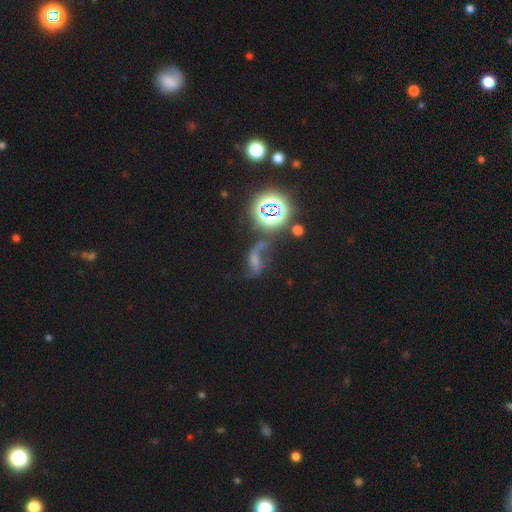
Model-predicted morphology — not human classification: A featured or disk galaxy (50%).

Vote fractions:
- Smooth or featured? featured or disk: 50% / star or artifact: 31% / smooth: 19%
- Edge-on disk? no: 93% / yes: 7%
- Merging? none: 41% / major disturbance: 23% / merger: 18% / minor disturbance: 18%